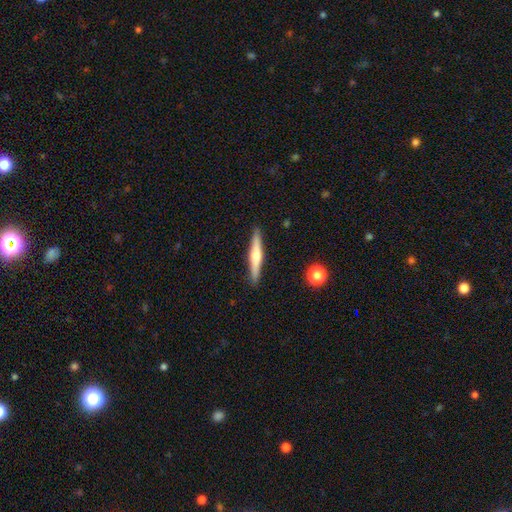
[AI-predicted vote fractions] Morphology: type=featured or disk (55%); edge-on=yes (97%); edge-on bulge=rounded (85%); merging=none (91%).